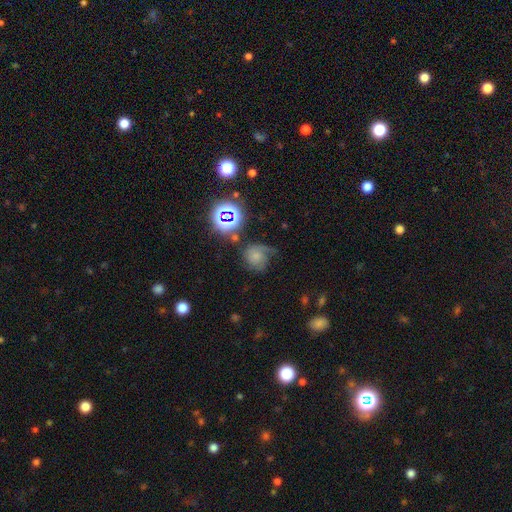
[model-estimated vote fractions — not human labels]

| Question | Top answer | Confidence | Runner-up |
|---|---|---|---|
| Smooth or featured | smooth | 49% | featured or disk (29%) |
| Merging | none | 40% | minor disturbance (28%) |